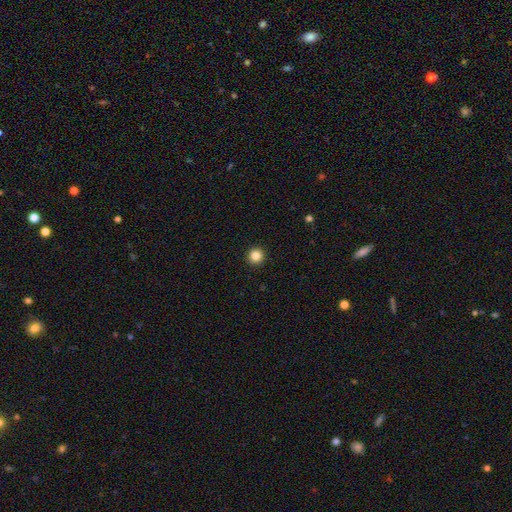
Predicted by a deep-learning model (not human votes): Overall: smooth (85%). How rounded: round (96%). Merging: none (94%).